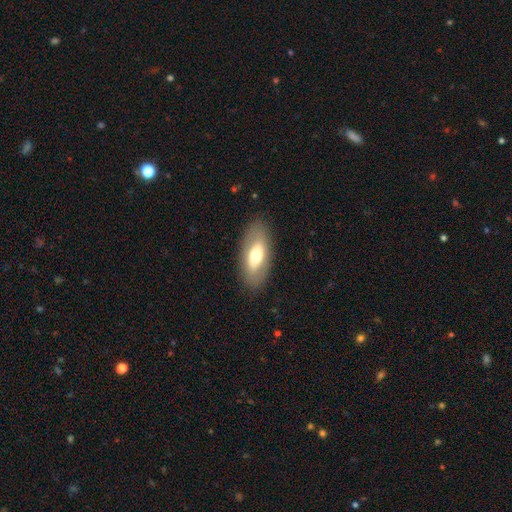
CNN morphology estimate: This is possibly a smooth galaxy (59%). How rounded: clearly in between (86%). Merging: clearly none (85%).